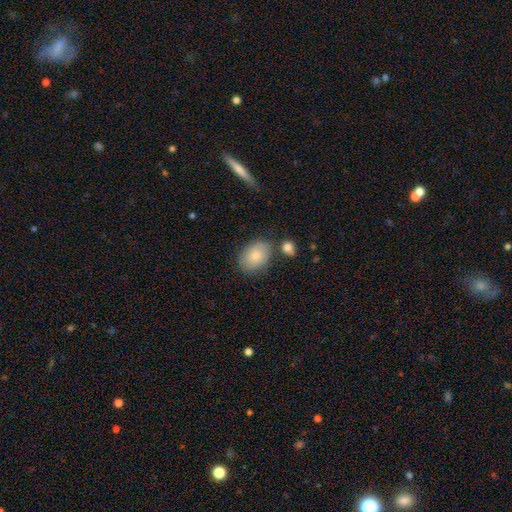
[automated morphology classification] This is clearly a smooth galaxy (81%). How rounded: likely in between (73%). Merging: likely none (72%).